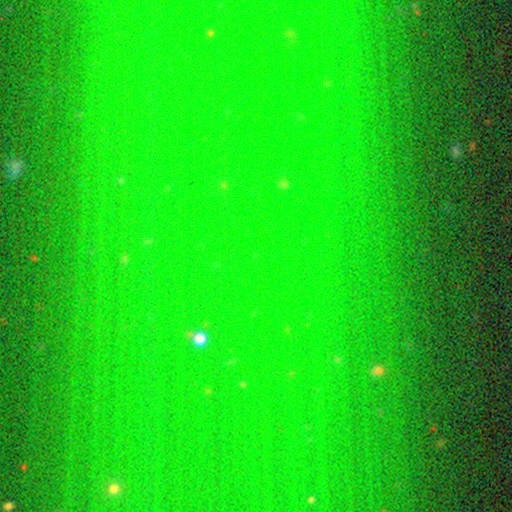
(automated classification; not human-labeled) A star or artifact, not a galaxy (79%).